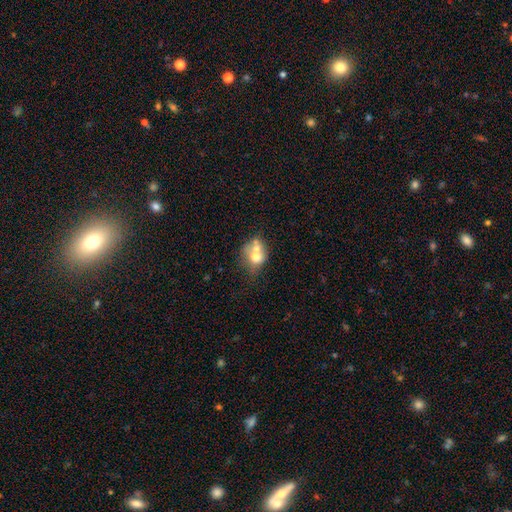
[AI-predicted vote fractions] This appears to be a smooth galaxy with no disk features (61%) that is round (59%). Merging: merger (55%).